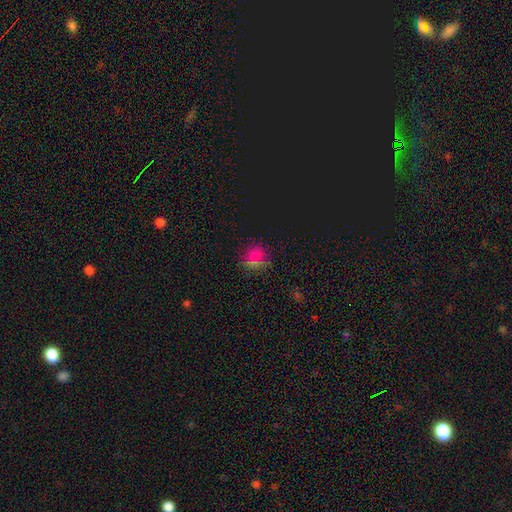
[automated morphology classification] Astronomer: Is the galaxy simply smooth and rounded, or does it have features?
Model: smooth — 60%.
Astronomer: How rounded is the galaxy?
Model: round — 88%.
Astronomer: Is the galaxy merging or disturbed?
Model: none — 83%.